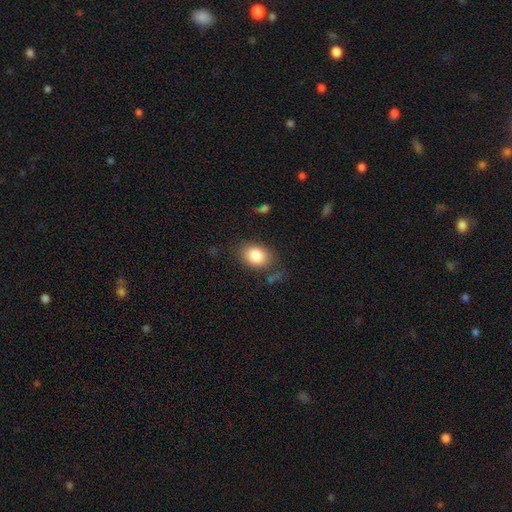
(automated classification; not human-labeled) Smooth or featured: smooth — 84% (star or artifact — 8%)
How rounded: in between — 67% (round — 32%)
Merging: none — 76% (minor disturbance — 16%)